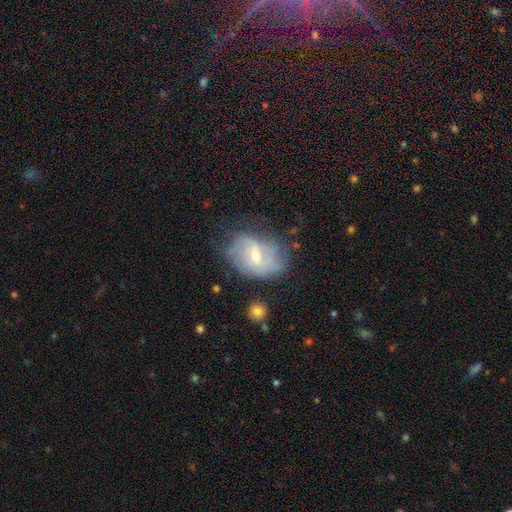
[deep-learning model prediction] This is likely a featured or disk galaxy (64%). It is clearly not viewed edge-on (96%). Bar: possibly weak (52%). Spiral arm pattern: likely yes (74%). Central bulge: possibly small (53%). Merging: possibly none (57%).